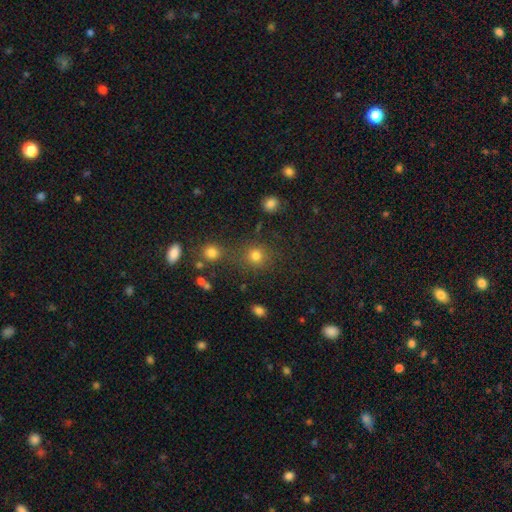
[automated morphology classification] A smooth galaxy with no disk features (77%) that is round (88%). Merging: none (71%).